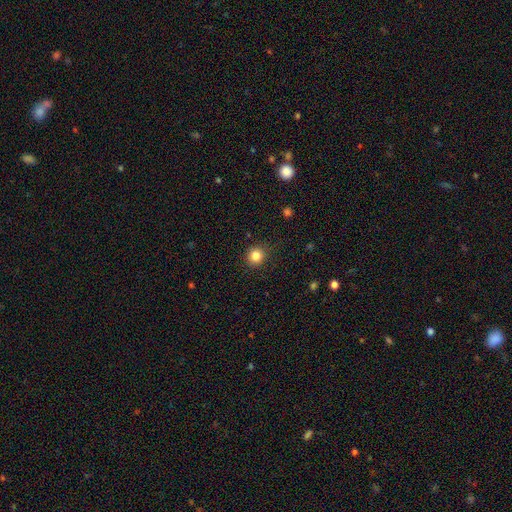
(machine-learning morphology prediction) Smooth or featured? Predicted: smooth (p=0.84). How rounded? Predicted: round (p=0.90). Merging? Predicted: none (p=0.88).